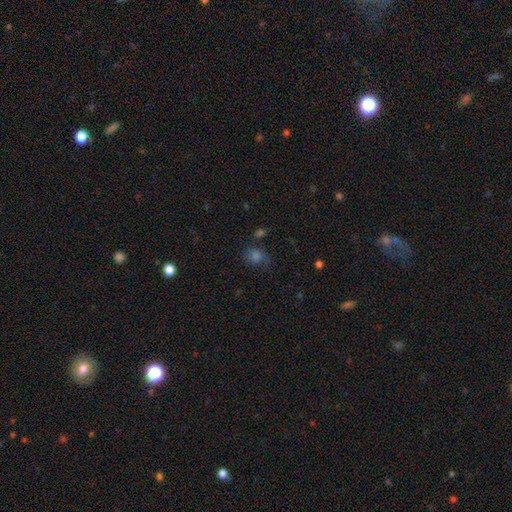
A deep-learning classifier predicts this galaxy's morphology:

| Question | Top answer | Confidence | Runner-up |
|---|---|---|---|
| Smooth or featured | smooth | 58% | star or artifact (29%) |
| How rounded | round | 65% | in between (34%) |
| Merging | none | 65% | minor disturbance (19%) |